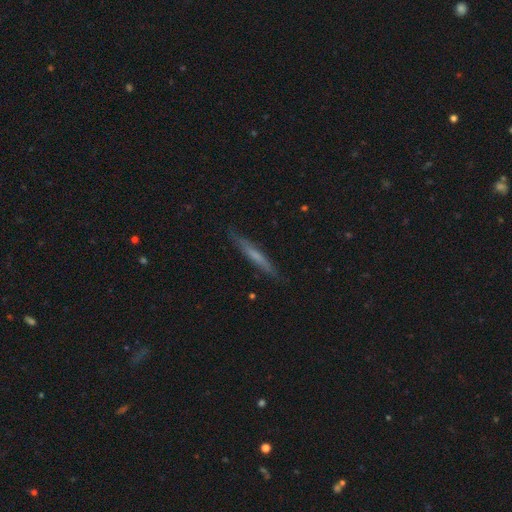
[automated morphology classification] A smooth galaxy with no disk features (47%). Merging: none (86%).